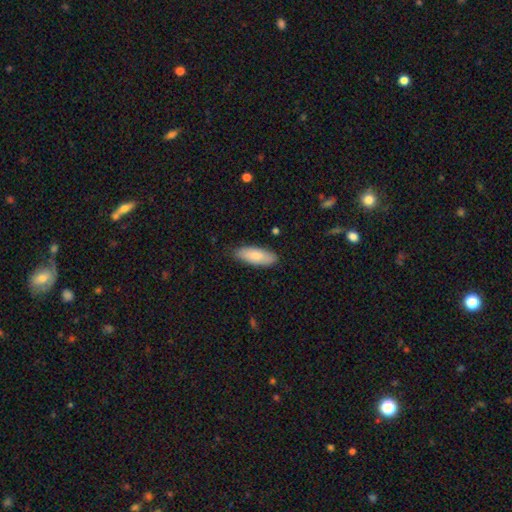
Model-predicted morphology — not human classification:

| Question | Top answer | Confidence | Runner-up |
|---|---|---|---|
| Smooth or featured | smooth | 79% | featured or disk (15%) |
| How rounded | in between | 77% | cigar-shaped (21%) |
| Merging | none | 82% | minor disturbance (15%) |